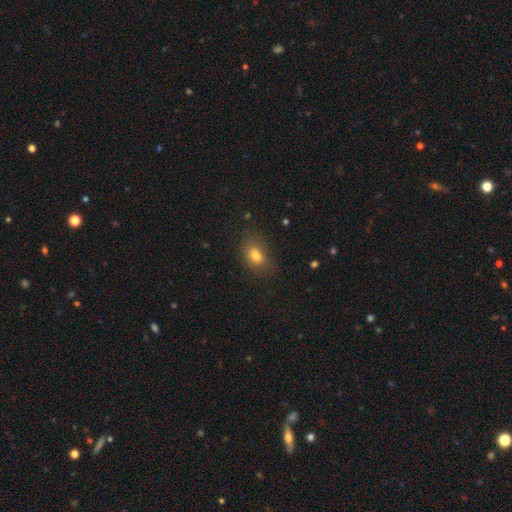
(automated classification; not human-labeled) smooth_or_featured: smooth (p=0.75) [alt: featured or disk p=0.13]
how_rounded: in between (p=0.77) [alt: round p=0.21]
merging: none (p=0.67) [alt: minor disturbance p=0.20]